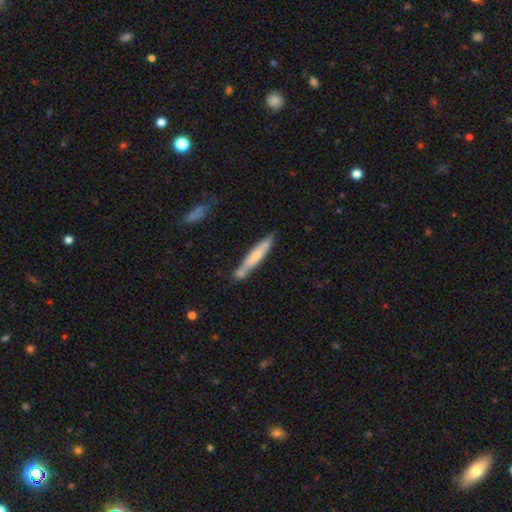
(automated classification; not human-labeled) Overall: smooth (59%; featured or disk 36%). How rounded: cigar-shaped (93%). Merging: none (68%).